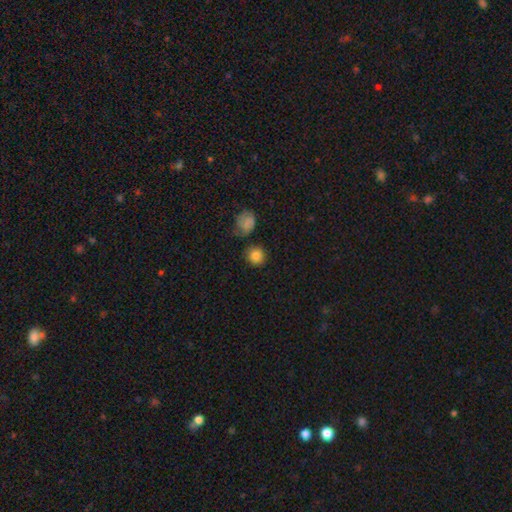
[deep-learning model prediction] smooth 84%, star or artifact 10%, featured or disk 6%. Down the decision tree: how rounded — round (91%); merging — none (80%).